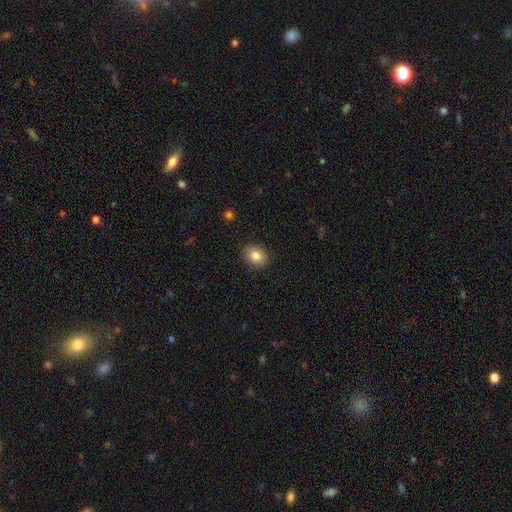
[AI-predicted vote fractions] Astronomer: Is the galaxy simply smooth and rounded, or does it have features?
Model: smooth — 85%.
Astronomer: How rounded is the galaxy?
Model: in between — 54% (runner-up: round, 45%).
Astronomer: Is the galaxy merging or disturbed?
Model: none — 89%.